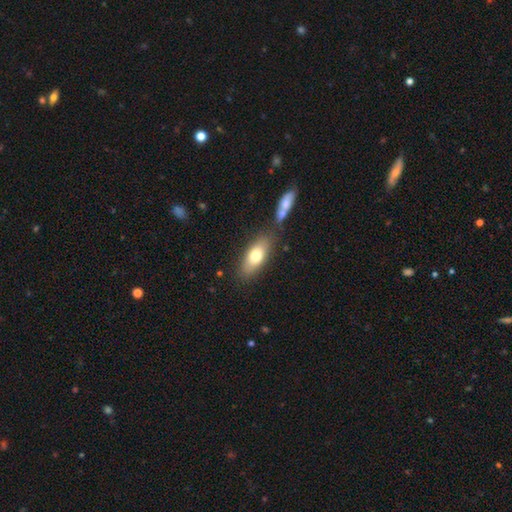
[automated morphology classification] Smooth or featured?
  - smooth: 73% *
  - featured or disk: 20%
  - star or artifact: 7%
How rounded?
  - in between: 79% *
  - cigar-shaped: 18%
  - round: 3%
Merging?
  - none: 72% *
  - minor disturbance: 14%
  - merger: 10%
  - major disturbance: 4%